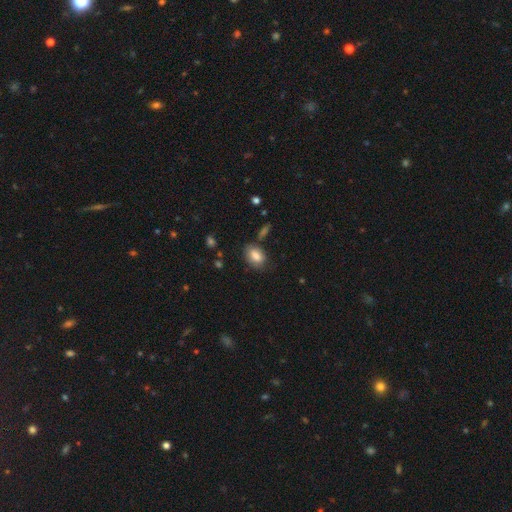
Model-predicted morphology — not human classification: smooth 83%, featured or disk 9%, star or artifact 8%. Down the decision tree: how rounded — in between (83%); merging — none (72%).